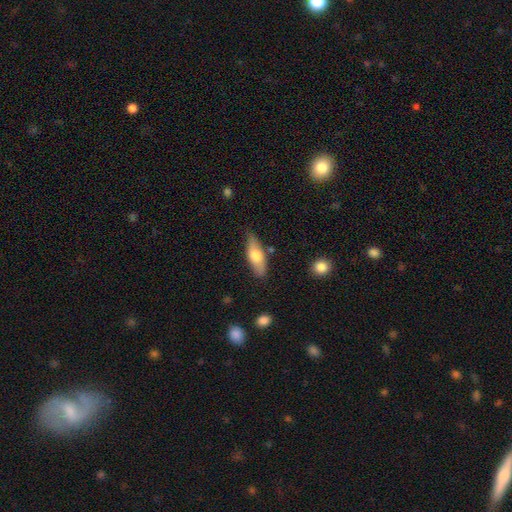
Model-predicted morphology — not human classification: Smooth or featured? smooth (65%)
How rounded? in between (62%)
Merging? none (73%)